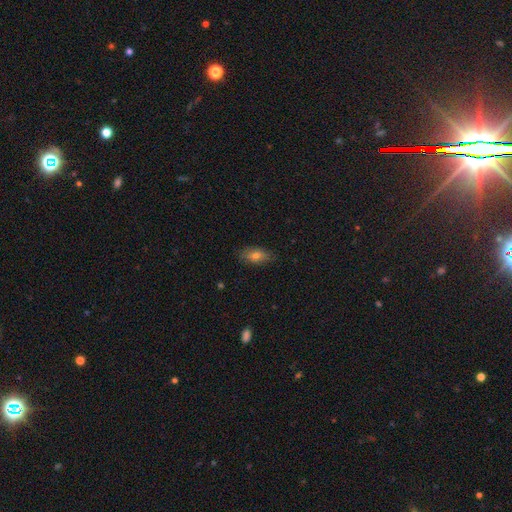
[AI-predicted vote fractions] A smooth galaxy with no disk features (73%) that is in between round and cigar-shaped (85%).

Vote fractions:
- Smooth or featured? smooth: 73% / featured or disk: 18% / star or artifact: 9%
- How rounded? in between: 85% / cigar-shaped: 11% / round: 5%
- Merging? none: 83% / minor disturbance: 13% / major disturbance: 2% / merger: 1%